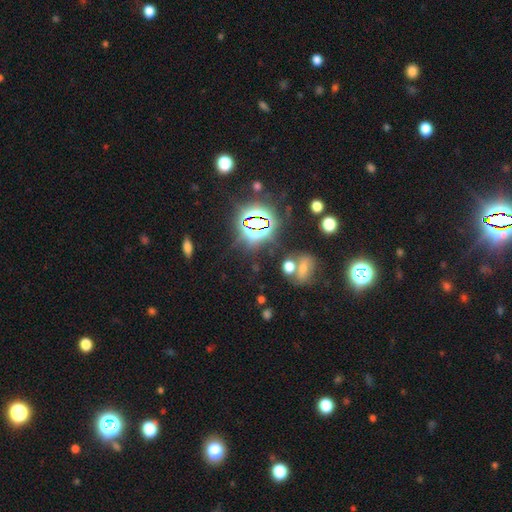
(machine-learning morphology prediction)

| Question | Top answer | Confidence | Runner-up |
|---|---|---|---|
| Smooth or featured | star or artifact | 82% | smooth (11%) |